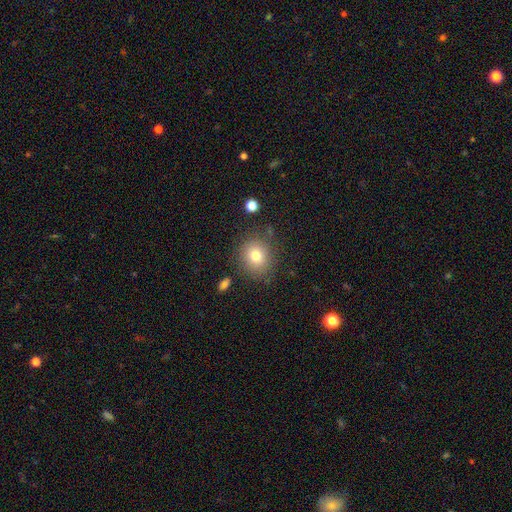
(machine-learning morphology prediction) Overall: smooth (76%). How rounded: round (81%). Merging: none (81%).